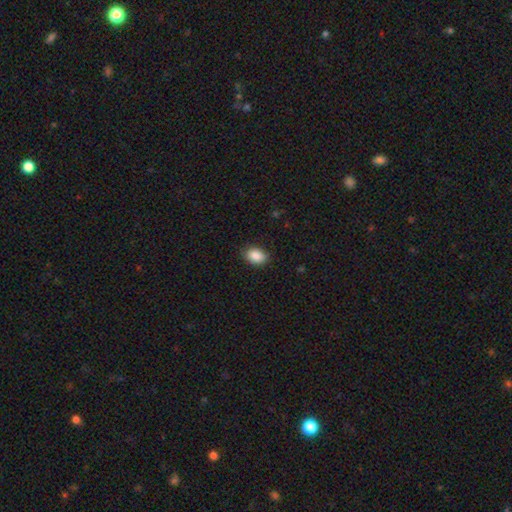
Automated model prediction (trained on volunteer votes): Smooth or featured?
  - smooth: 89% *
  - star or artifact: 8%
  - featured or disk: 4%
How rounded?
  - in between: 83% *
  - round: 16%
  - cigar-shaped: 1%
Merging?
  - none: 84% *
  - minor disturbance: 13%
  - major disturbance: 3%
  - merger: 1%